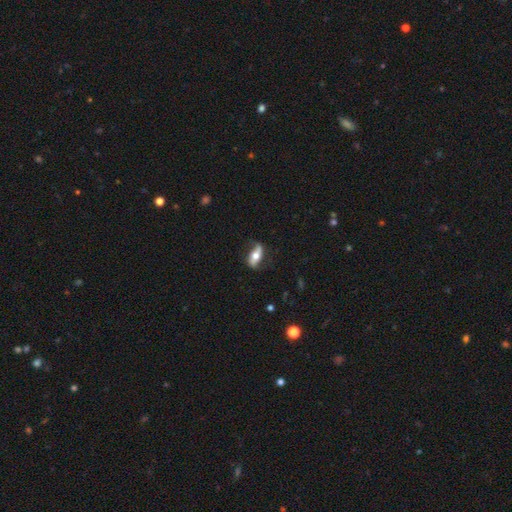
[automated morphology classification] smooth-or-featured: featured or disk: 61% | smooth: 32% | star or artifact: 6%
  disk-edge-on: no: 73% | yes: 27%
  merging: none: 68% | minor disturbance: 21% | major disturbance: 8% | merger: 2%